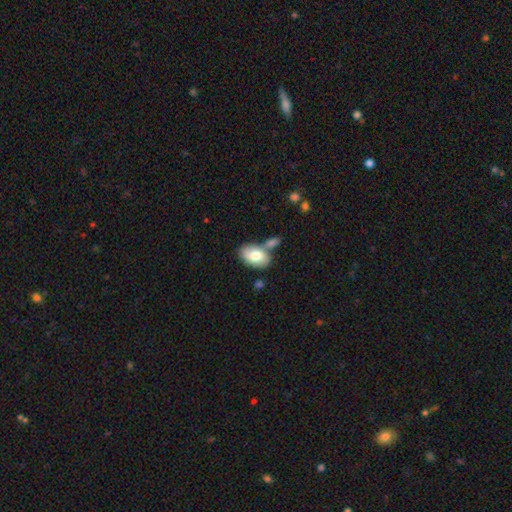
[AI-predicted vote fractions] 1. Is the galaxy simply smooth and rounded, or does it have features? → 73% smooth, 20% featured or disk, 6% star or artifact.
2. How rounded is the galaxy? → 91% in between, 7% round, 1% cigar-shaped.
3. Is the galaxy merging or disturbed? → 54% none, 26% merger, 15% minor disturbance, 5% major disturbance.